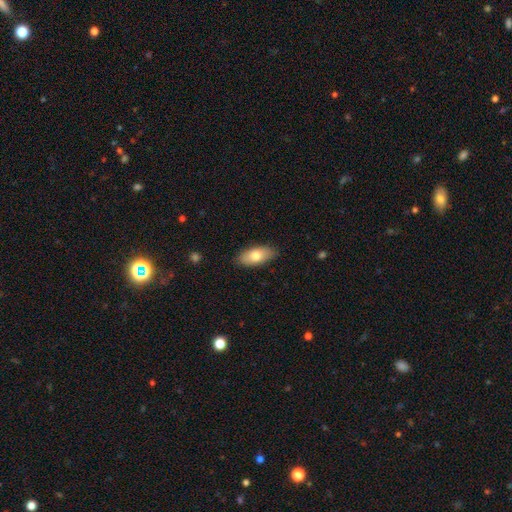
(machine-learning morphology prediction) Smooth or featured? Predicted: smooth (p=0.75). How rounded? Predicted: in between (p=0.87). Merging? Predicted: none (p=0.87).